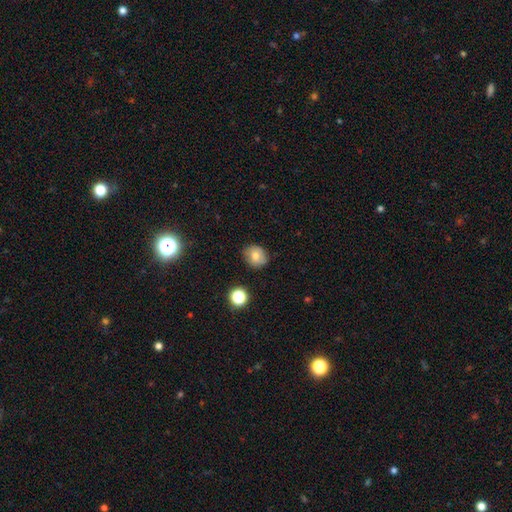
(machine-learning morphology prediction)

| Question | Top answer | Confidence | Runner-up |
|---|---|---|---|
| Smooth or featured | smooth | 72% | featured or disk (15%) |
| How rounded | round | 72% | in between (27%) |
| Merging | none | 81% | minor disturbance (14%) |